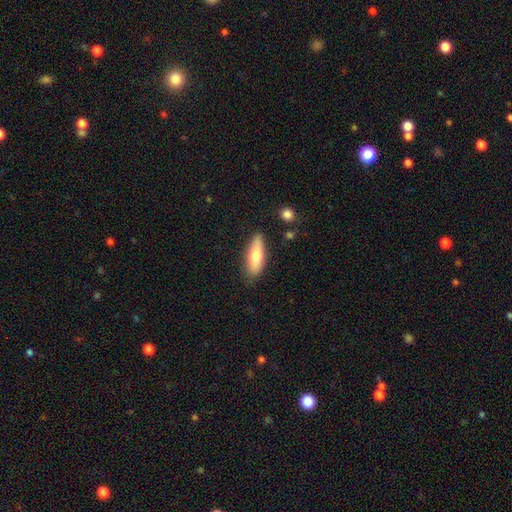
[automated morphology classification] Overall: smooth (70%). How rounded: in between (54%; cigar-shaped 44%). Merging: none (81%).